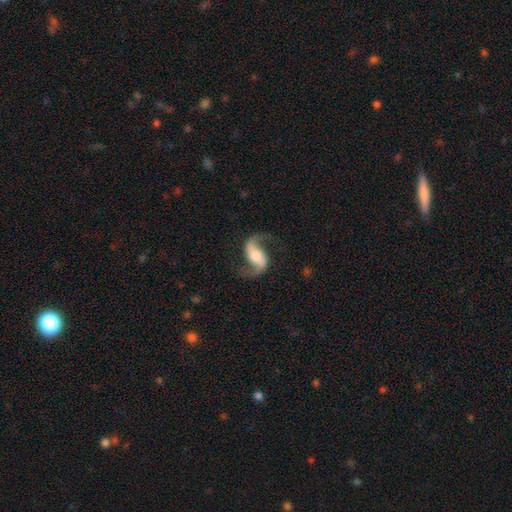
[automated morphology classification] Smooth or featured? featured or disk (89%)
Edge-on disk? no (97%)
Bar? strong (40%)
Spiral arms? yes (97%)
Spiral winding? loose (70%)
Spiral arm count? 2 (94%)
Bulge size? moderate (42%)
Merging? none (79%)